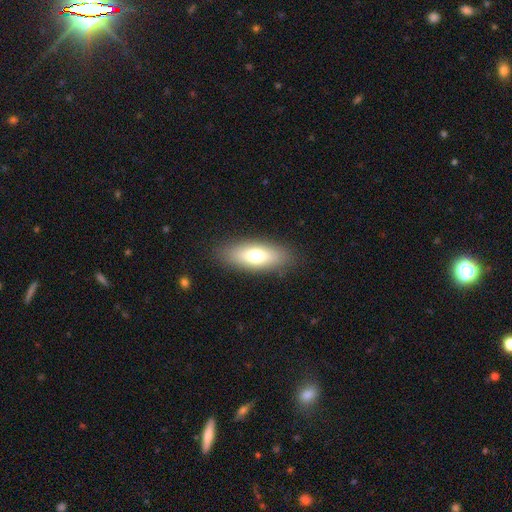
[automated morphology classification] The model was most divided on "smooth or featured": smooth: 69%, featured or disk: 23%, star or artifact: 8%. More confident: merging — none (87%); how rounded — in between (72%).